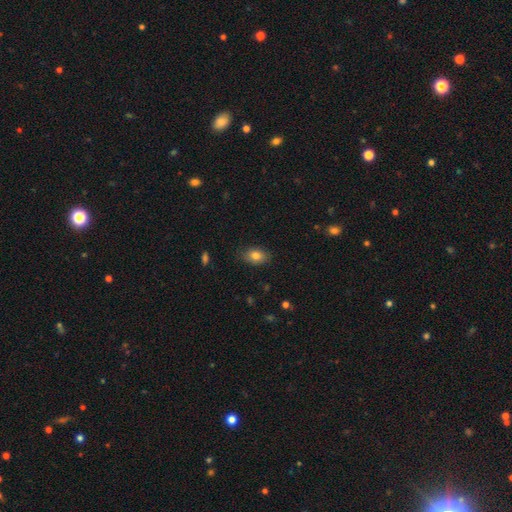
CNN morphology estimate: smooth-or-featured: smooth: 81% | featured or disk: 10% | star or artifact: 9%
  how-rounded: in between: 83% | round: 15% | cigar-shaped: 2%
  merging: none: 83% | minor disturbance: 14% | major disturbance: 3% | merger: 1%